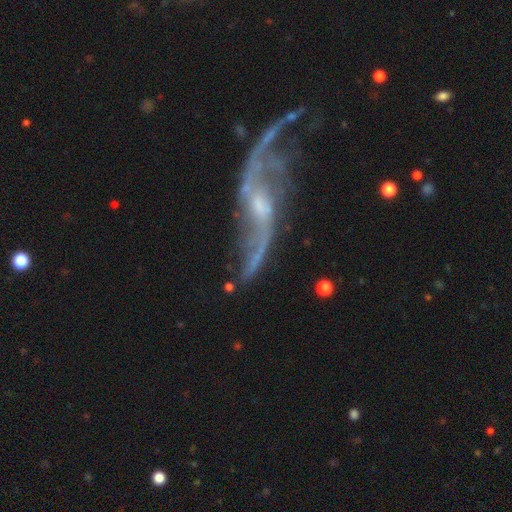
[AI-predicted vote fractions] smooth_or_featured: featured or disk (p=0.87) [alt: star or artifact p=0.07]
disk_edge_on: no (p=0.89) [alt: yes p=0.11]
bar: no (p=0.44) [alt: weak p=0.43]
has_spiral_arms: yes (p=0.92) [alt: no p=0.08]
spiral_winding: loose (p=0.85) [alt: medium p=0.11]
spiral_arm_count: 2 (p=0.86) [alt: can't tell p=0.05]
bulge_size: small (p=0.56) [alt: moderate p=0.28]
merging: none (p=0.50) [alt: major disturbance p=0.22]